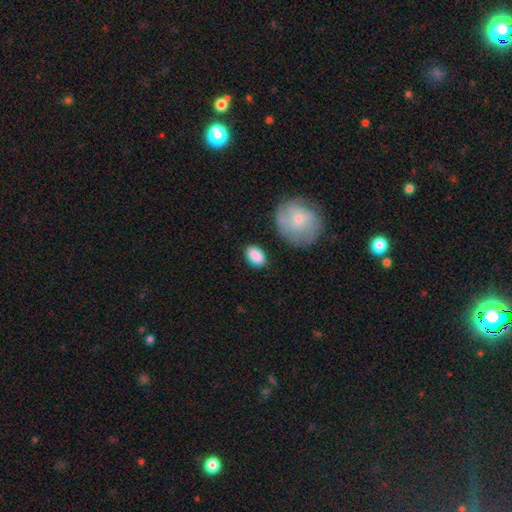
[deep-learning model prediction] Overall: smooth (88%). How rounded: in between (89%). Merging: none (81%).